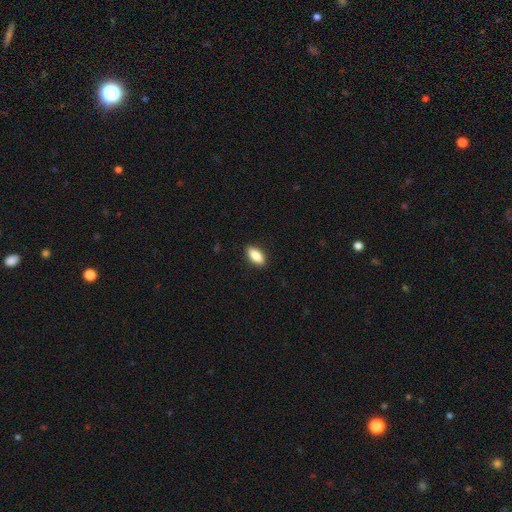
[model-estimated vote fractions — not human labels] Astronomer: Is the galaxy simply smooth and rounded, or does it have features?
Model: smooth — 86%.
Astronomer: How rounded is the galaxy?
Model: in between — 83%.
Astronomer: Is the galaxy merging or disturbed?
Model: none — 89%.